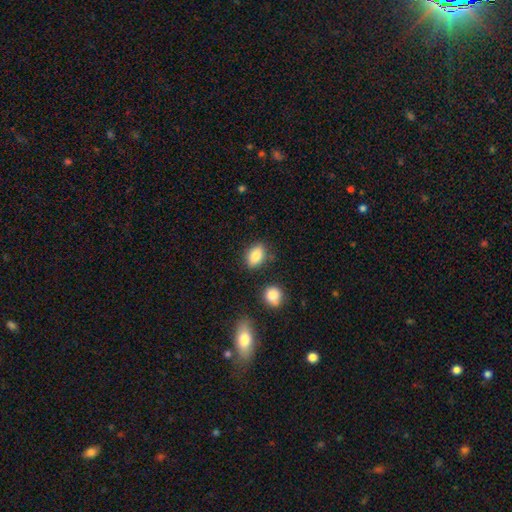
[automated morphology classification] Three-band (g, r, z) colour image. It shows a smooth galaxy with no disk features (83%) that is in between round and cigar-shaped (82%). Merging: none (79%).